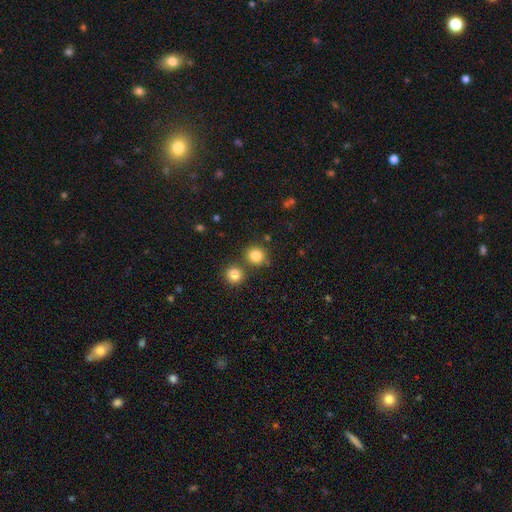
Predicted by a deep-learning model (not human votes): A smooth galaxy with no disk features (84%) that is round (89%).

Vote fractions:
- Smooth or featured? smooth: 84% / star or artifact: 11% / featured or disk: 5%
- How rounded? round: 89% / in between: 10% / cigar-shaped: 1%
- Merging? none: 74% / merger: 15% / minor disturbance: 8% / major disturbance: 3%